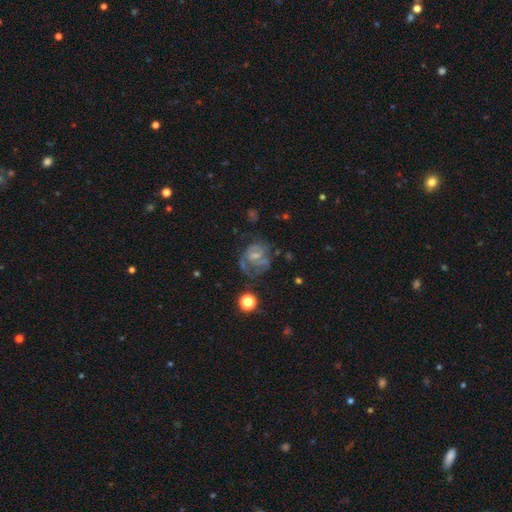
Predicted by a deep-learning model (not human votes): This appears to be a featured or disk galaxy (68%) with a weak bar (47%), spiral arms (74%) and a small central bulge (51%). Merging: none (41%).